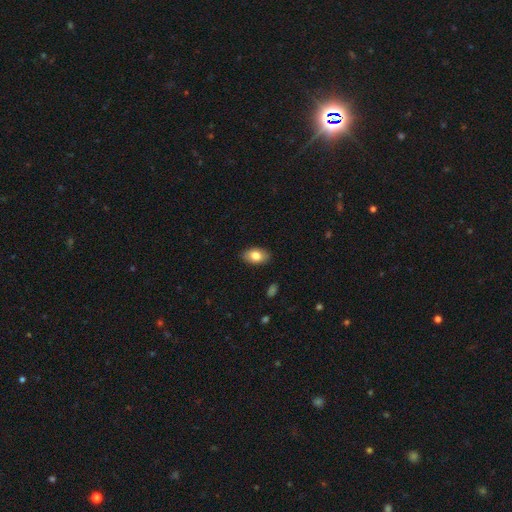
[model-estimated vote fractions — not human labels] A smooth galaxy with no disk features (81%) that is in between round and cigar-shaped (91%). Merging: none (88%).